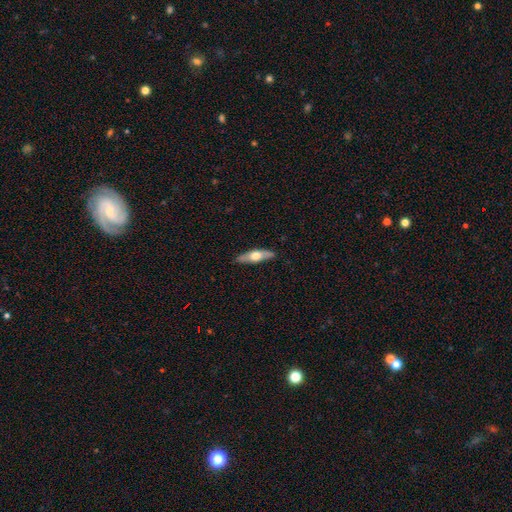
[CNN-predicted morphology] smooth_or_featured: featured or disk (p=0.48) [alt: smooth p=0.47]
merging: none (p=0.85) [alt: minor disturbance p=0.12]